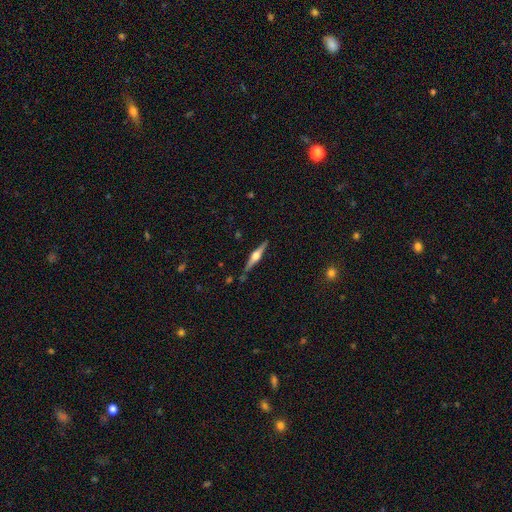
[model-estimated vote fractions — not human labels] Smooth or featured: featured or disk — 78% (smooth — 16%)
Edge-on disk: yes — 98% (no — 2%)
Edge-on bulge: rounded — 93% (boxy — 5%)
Merging: none — 86% (minor disturbance — 10%)